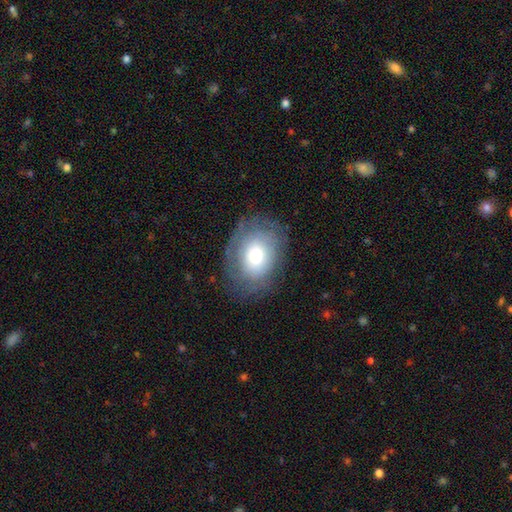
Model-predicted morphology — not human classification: Smooth or featured: smooth — 56% (featured or disk — 34%)
How rounded: in between — 59% (round — 40%)
Merging: none — 72% (minor disturbance — 18%)